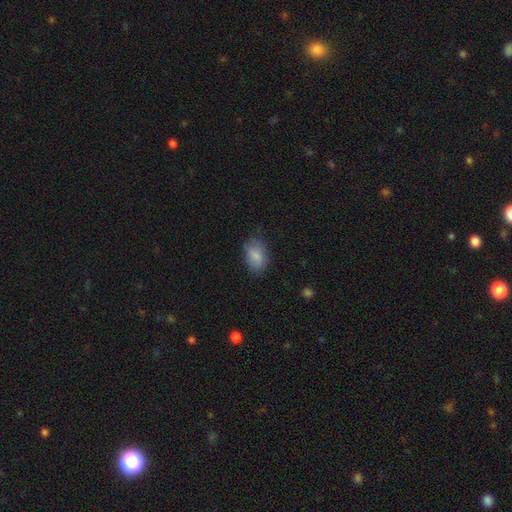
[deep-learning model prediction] The model was most divided on "merging": none: 72%, minor disturbance: 21%, major disturbance: 5%, merger: 1%. More confident: how rounded — in between (88%); smooth or featured — smooth (84%).